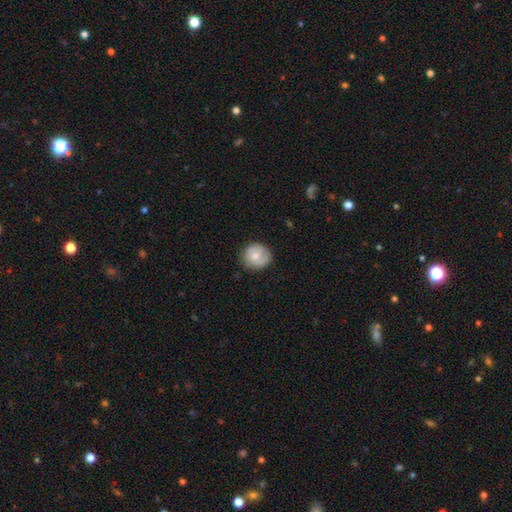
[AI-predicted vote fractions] A smooth galaxy with no disk features (65%) that is round (88%). Merging: none (75%).